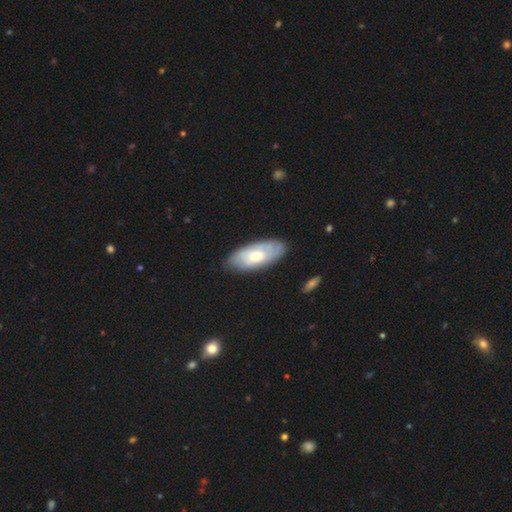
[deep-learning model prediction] The model was most divided on "smooth or featured": smooth: 58%, featured or disk: 36%, star or artifact: 6%. More confident: how rounded — in between (87%); merging — none (75%).